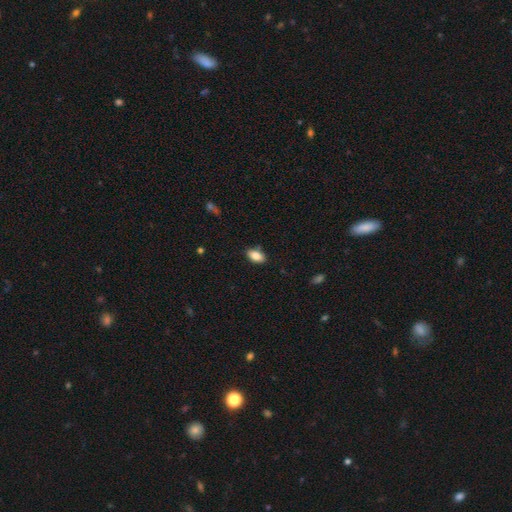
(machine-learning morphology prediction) The model was most divided on "merging": none: 86%, minor disturbance: 11%, major disturbance: 2%, merger: 2%. More confident: how rounded — in between (91%); smooth or featured — smooth (85%).